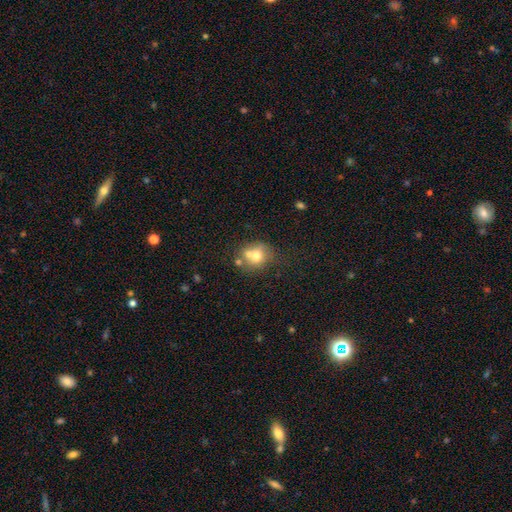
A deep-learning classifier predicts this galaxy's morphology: This is likely a smooth galaxy (67%). How rounded: likely round (74%). Merging: marginally none (43%).